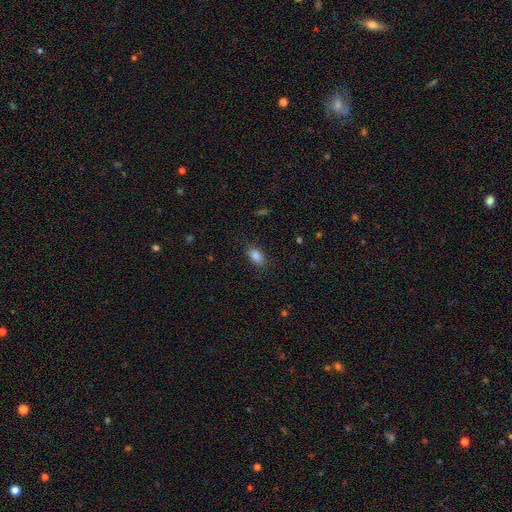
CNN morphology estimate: smooth_or_featured: smooth (p=0.86) [alt: star or artifact p=0.09]
how_rounded: in between (p=0.89) [alt: round p=0.07]
merging: none (p=0.83) [alt: minor disturbance p=0.12]